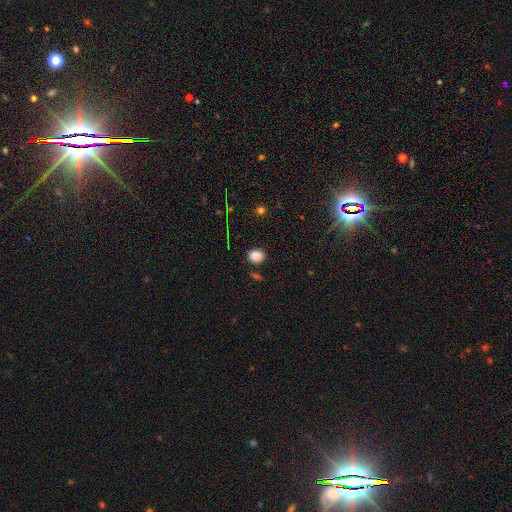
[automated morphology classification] Smooth or featured? smooth (83%)
How rounded? in between (50%)
Merging? none (81%)